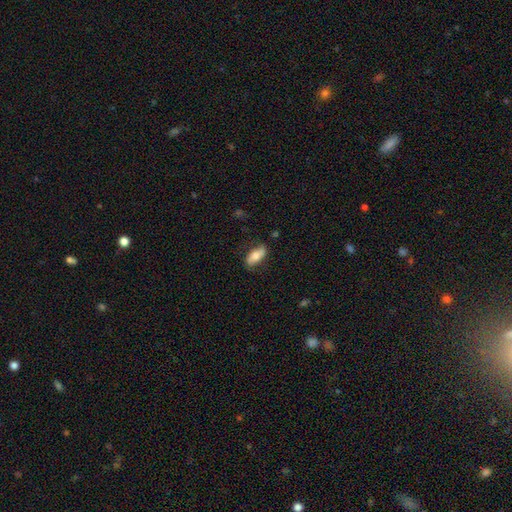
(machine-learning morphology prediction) Smooth or featured? smooth (71%)
How rounded? in between (83%)
Merging? none (79%)